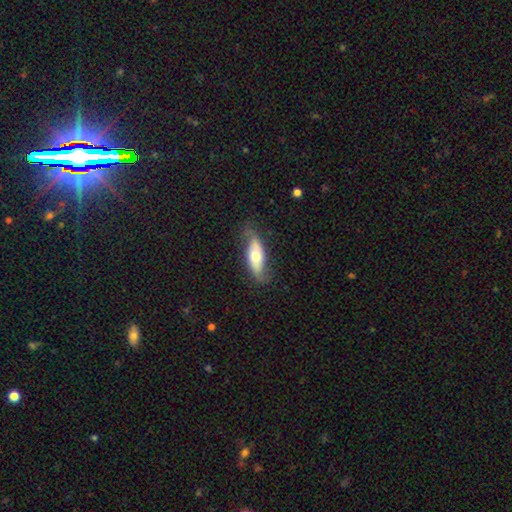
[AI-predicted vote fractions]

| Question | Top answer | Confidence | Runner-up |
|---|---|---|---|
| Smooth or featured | smooth | 54% | featured or disk (41%) |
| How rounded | in between | 69% | cigar-shaped (29%) |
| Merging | none | 66% | minor disturbance (24%) |